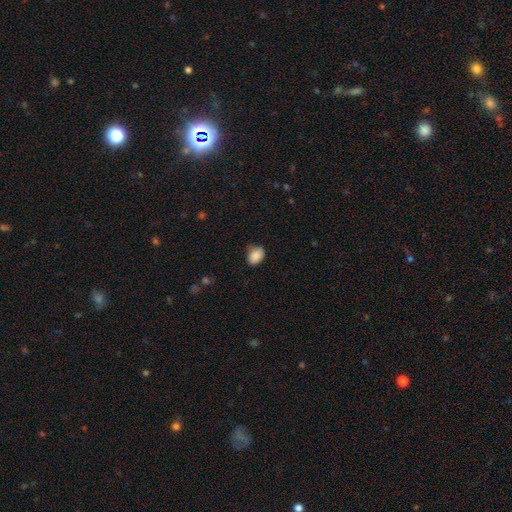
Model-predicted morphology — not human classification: smooth-or-featured: smooth: 88% | star or artifact: 8% | featured or disk: 4%
  how-rounded: in between: 67% | round: 32% | cigar-shaped: 1%
  merging: none: 67% | minor disturbance: 26% | major disturbance: 5% | merger: 2%